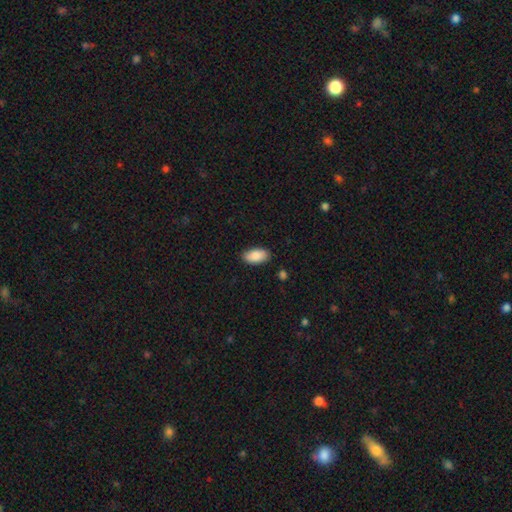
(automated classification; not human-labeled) Smooth or featured: smooth — 88% (star or artifact — 6%)
How rounded: in between — 95% (round — 3%)
Merging: none — 87% (minor disturbance — 10%)